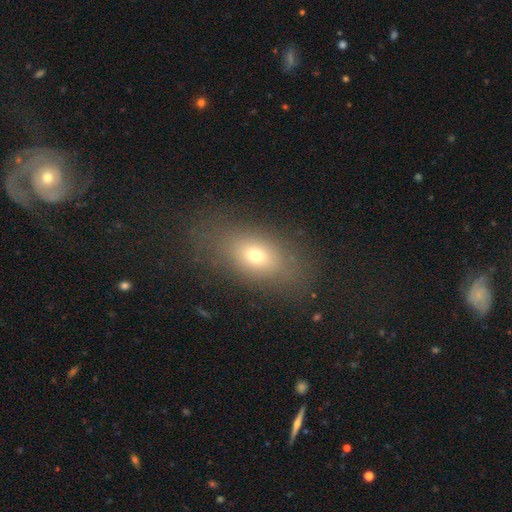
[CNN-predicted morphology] smooth-or-featured: smooth: 67% | featured or disk: 18% | star or artifact: 15%
  how-rounded: in between: 79% | round: 14% | cigar-shaped: 7%
  merging: none: 80% | minor disturbance: 12% | major disturbance: 7% | merger: 1%